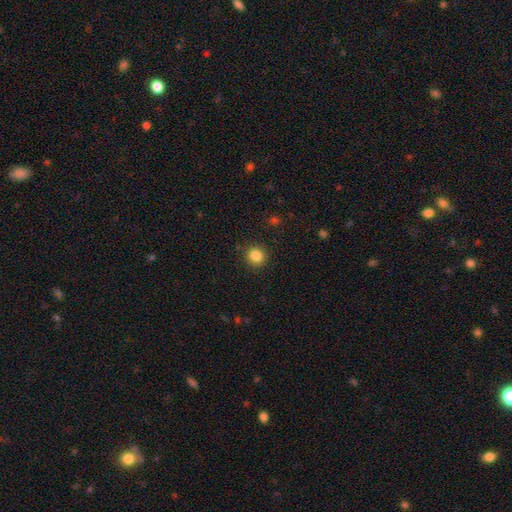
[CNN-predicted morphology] smooth-or-featured: smooth: 85% | star or artifact: 11% | featured or disk: 4%
  how-rounded: round: 90% | in between: 9% | cigar-shaped: 1%
  merging: none: 90% | minor disturbance: 6% | major disturbance: 2% | merger: 1%